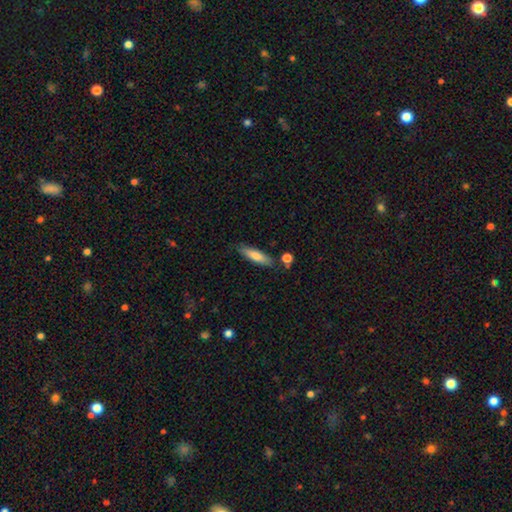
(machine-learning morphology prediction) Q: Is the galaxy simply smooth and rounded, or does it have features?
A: smooth — 76%.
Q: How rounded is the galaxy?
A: cigar-shaped — 68%.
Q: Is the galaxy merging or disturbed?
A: none — 80%.